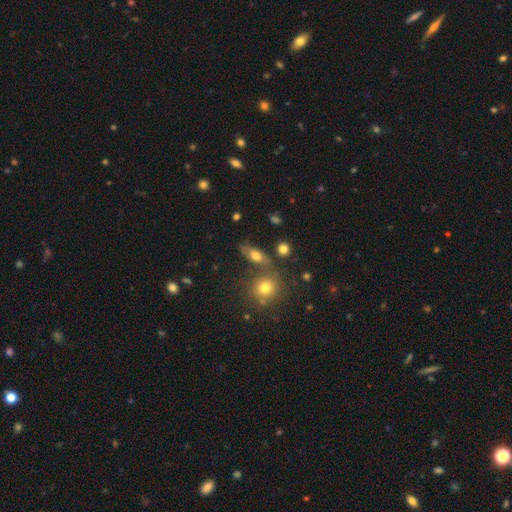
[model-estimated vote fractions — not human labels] smooth 63%, featured or disk 24%, star or artifact 13%. Down the decision tree: how rounded — in between (67%); merging — none (65%).